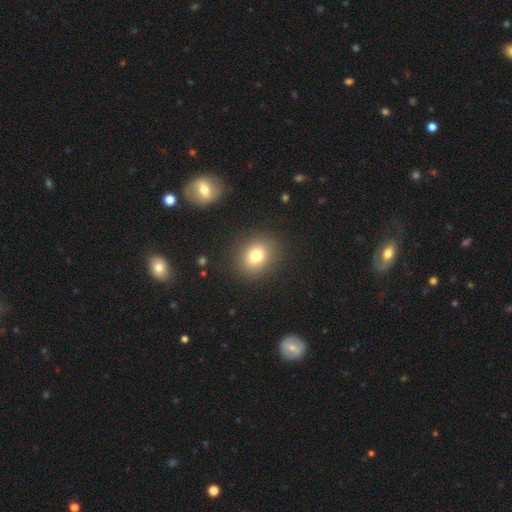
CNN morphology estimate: type=smooth (77%); roundness=round (66%); merging=none (87%).